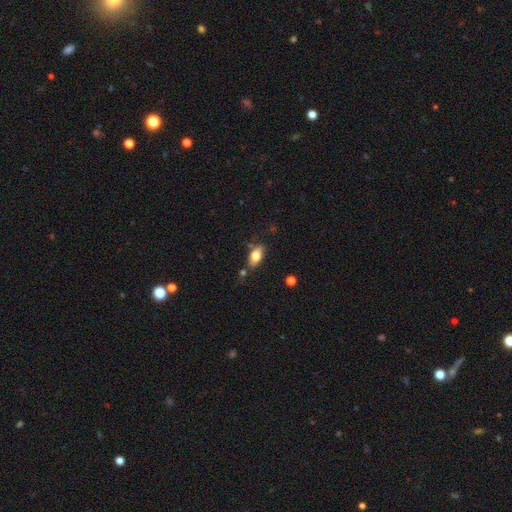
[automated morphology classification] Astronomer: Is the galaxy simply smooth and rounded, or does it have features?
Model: smooth — 78%.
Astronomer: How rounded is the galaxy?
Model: in between — 88%.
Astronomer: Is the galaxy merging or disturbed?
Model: none — 70%.